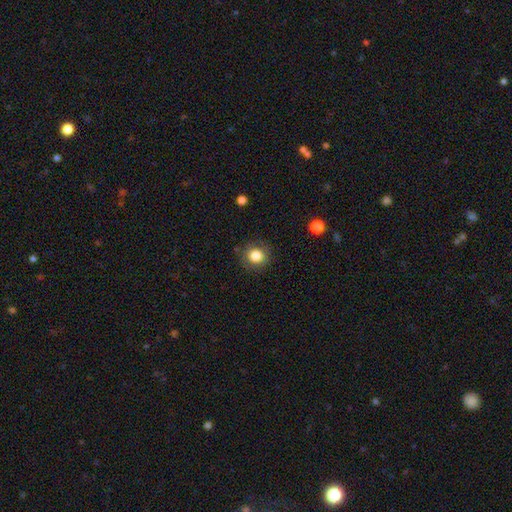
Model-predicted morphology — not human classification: Smooth or featured?
  - smooth: 83% *
  - star or artifact: 10%
  - featured or disk: 7%
How rounded?
  - round: 87% *
  - in between: 12%
  - cigar-shaped: 1%
Merging?
  - none: 85% *
  - minor disturbance: 10%
  - major disturbance: 3%
  - merger: 1%